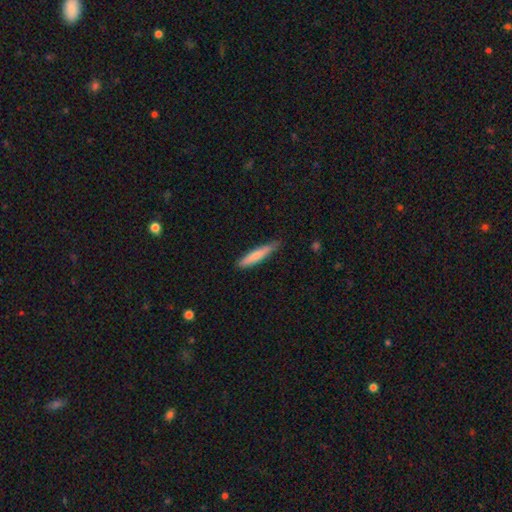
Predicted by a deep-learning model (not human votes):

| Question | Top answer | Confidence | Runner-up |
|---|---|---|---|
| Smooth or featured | smooth | 77% | featured or disk (18%) |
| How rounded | cigar-shaped | 90% | in between (9%) |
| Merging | none | 76% | minor disturbance (20%) |